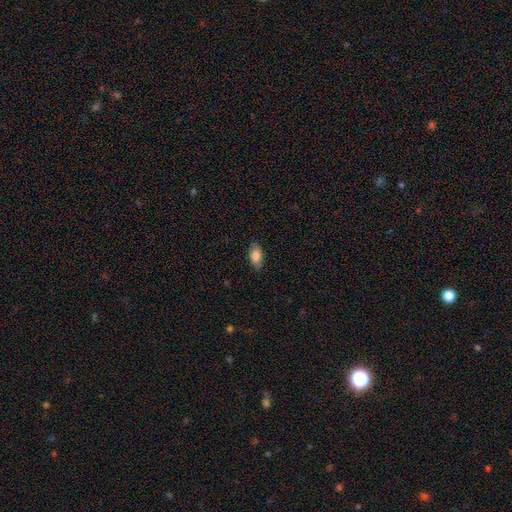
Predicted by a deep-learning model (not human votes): Morphology: type=smooth (81%); roundness=in between (90%); merging=none (81%).